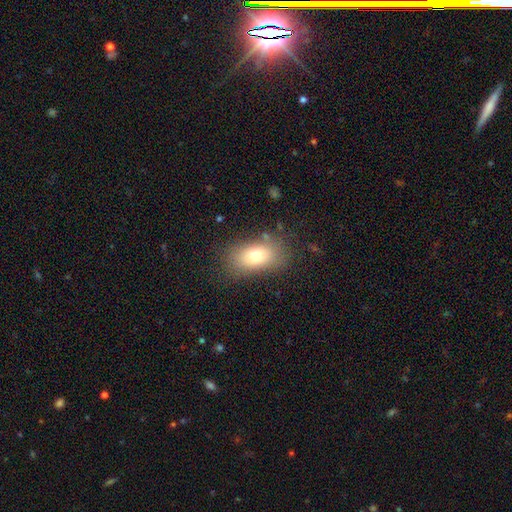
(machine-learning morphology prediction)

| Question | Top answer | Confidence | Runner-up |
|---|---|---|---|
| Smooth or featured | smooth | 75% | featured or disk (15%) |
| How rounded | in between | 86% | round (11%) |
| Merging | none | 77% | minor disturbance (15%) |